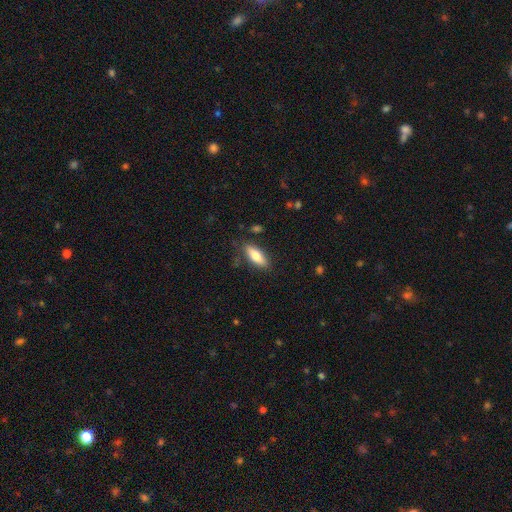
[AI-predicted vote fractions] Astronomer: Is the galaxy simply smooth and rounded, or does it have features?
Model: smooth — 75%.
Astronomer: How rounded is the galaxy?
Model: in between — 67%.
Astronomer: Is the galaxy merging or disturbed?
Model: none — 81%.